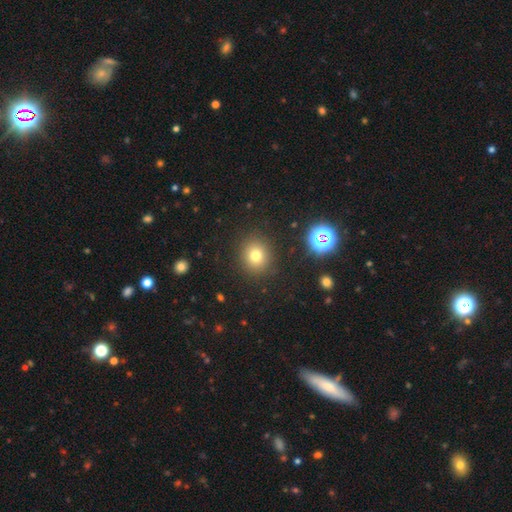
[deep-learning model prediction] This appears to be a smooth galaxy with no disk features (75%) that is round (82%). Merging: none (88%).